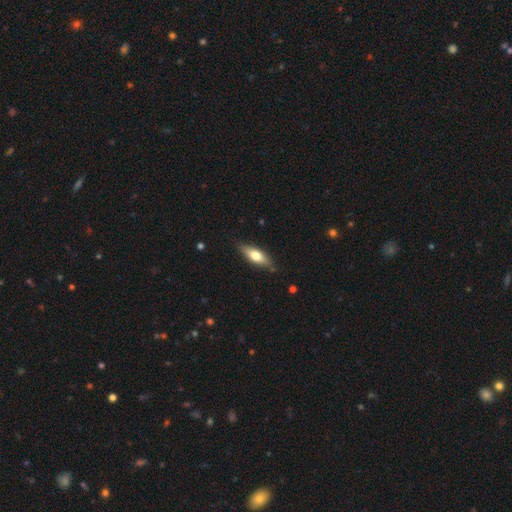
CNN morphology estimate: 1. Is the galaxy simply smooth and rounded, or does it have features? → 64% smooth, 30% featured or disk, 6% star or artifact.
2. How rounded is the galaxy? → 61% in between, 36% cigar-shaped, 2% round.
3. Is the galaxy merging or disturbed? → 82% none, 14% minor disturbance, 2% major disturbance, 1% merger.